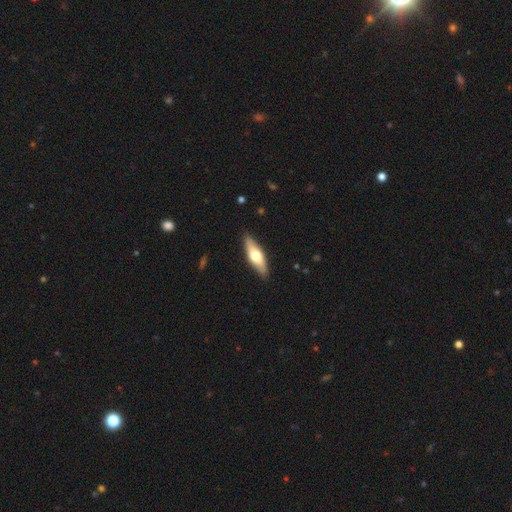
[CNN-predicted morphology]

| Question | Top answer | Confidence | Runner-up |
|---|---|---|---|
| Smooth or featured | smooth | 54% | featured or disk (41%) |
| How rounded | in between | 49% | tied: cigar-shaped (49%) |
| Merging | none | 87% | minor disturbance (10%) |